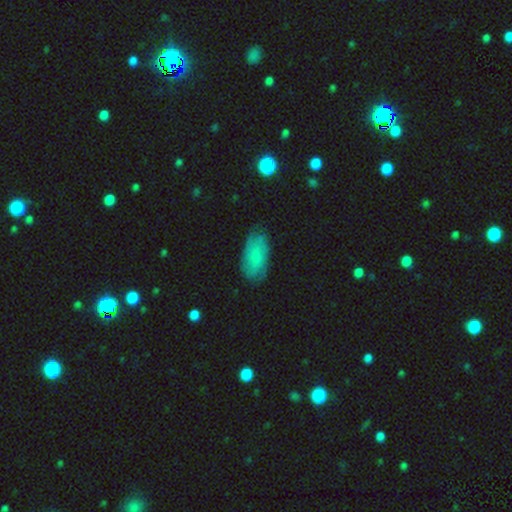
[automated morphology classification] The model was most divided on "smooth or featured": smooth: 62%, featured or disk: 30%, star or artifact: 8%. More confident: how rounded — in between (92%); merging — none (74%).